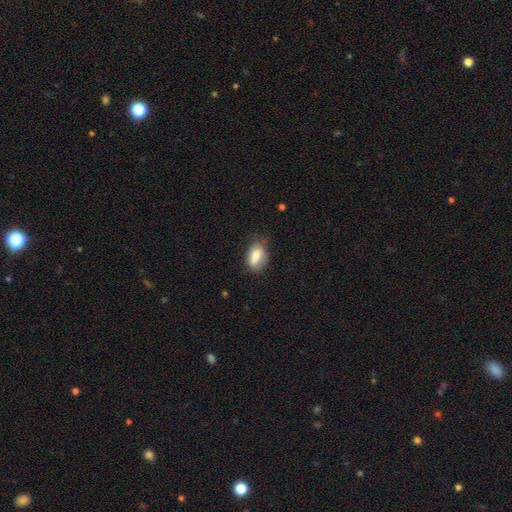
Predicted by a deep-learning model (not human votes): The model was most divided on "merging": none: 55%, minor disturbance: 29%, major disturbance: 8%, merger: 8%. More confident: how rounded — in between (84%); smooth or featured — smooth (74%).